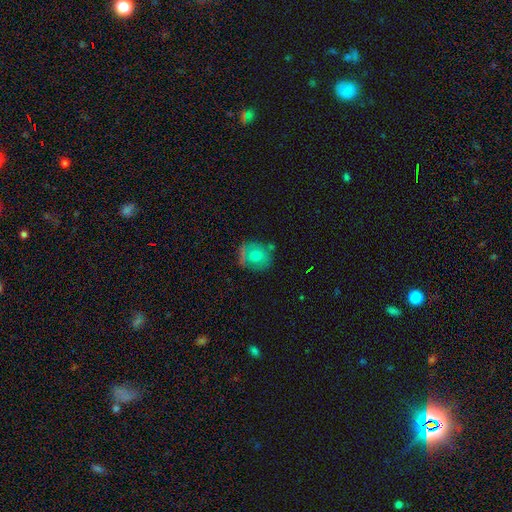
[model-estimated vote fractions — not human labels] smooth_or_featured: smooth (p=0.63) [alt: featured or disk p=0.27]
how_rounded: round (p=0.85) [alt: in between p=0.14]
merging: none (p=0.68) [alt: minor disturbance p=0.18]